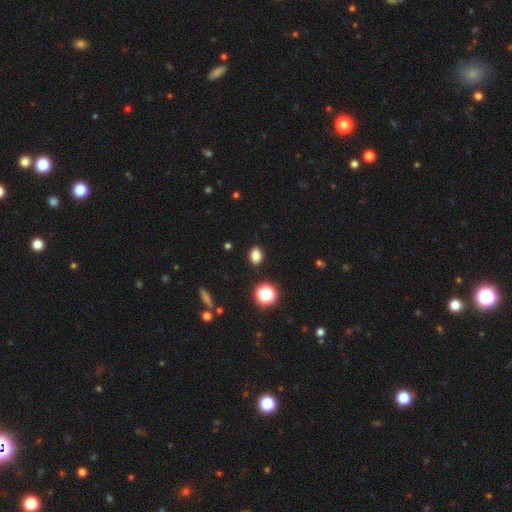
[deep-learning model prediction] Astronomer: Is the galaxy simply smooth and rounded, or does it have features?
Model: smooth — 82%.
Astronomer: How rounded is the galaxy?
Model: in between — 67%.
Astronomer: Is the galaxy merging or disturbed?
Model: none — 89%.